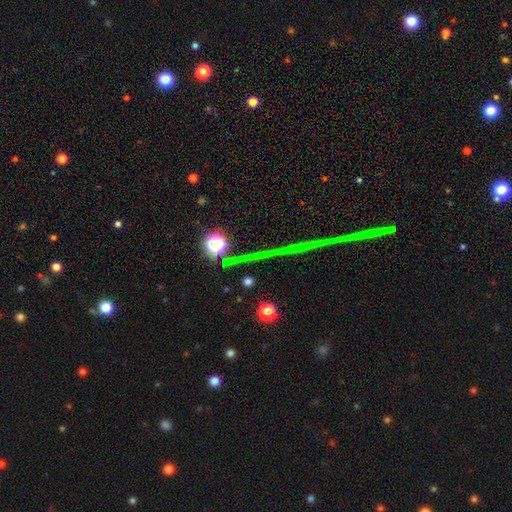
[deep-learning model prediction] Smooth or featured?
  - star or artifact: 73% *
  - smooth: 14%
  - featured or disk: 13%